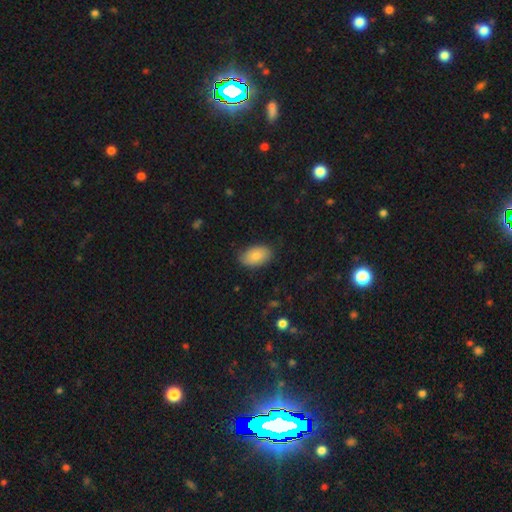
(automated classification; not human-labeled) Morphology: type=smooth (84%); roundness=in between (93%); merging=none (83%).